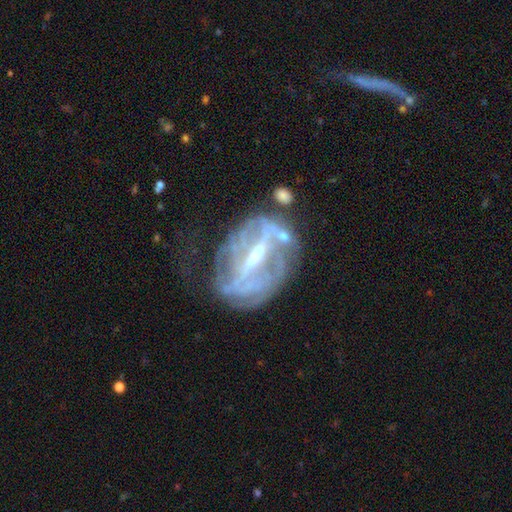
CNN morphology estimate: smooth_or_featured: featured or disk (p=0.80) [alt: smooth p=0.11]
disk_edge_on: no (p=0.92) [alt: yes p=0.08]
bar: strong (p=0.58) [alt: weak p=0.30]
has_spiral_arms: yes (p=0.63) [alt: no p=0.37]
bulge_size: moderate (p=0.45) [alt: small p=0.38]
merging: none (p=0.44) [alt: major disturbance p=0.25]